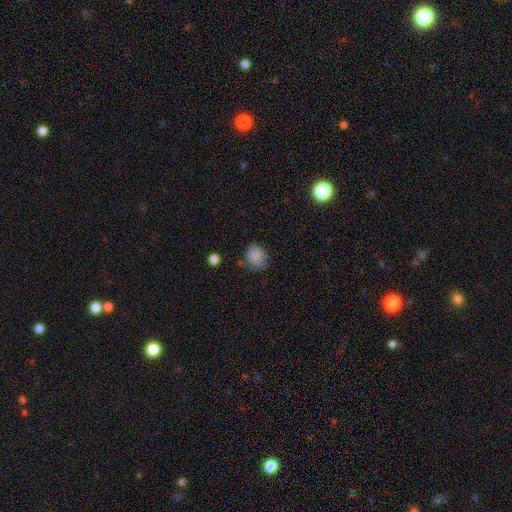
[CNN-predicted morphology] A smooth galaxy with no disk features (83%) that is round (70%). Merging: none (69%).